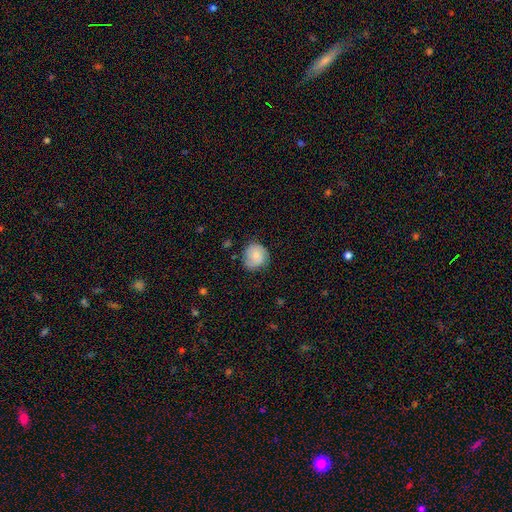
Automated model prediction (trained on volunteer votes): A smooth galaxy with no disk features (56%) that is round (84%). Merging: none (71%).